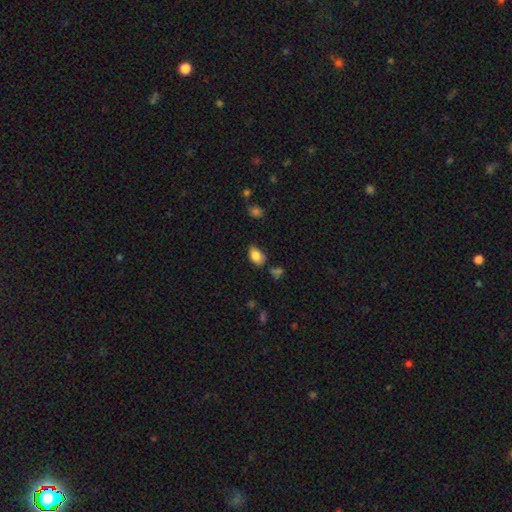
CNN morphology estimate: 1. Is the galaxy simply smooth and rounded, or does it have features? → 83% smooth, 9% featured or disk, 8% star or artifact.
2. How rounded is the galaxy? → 89% in between, 10% round, 2% cigar-shaped.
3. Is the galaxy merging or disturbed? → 68% none, 23% minor disturbance, 5% major disturbance, 4% merger.